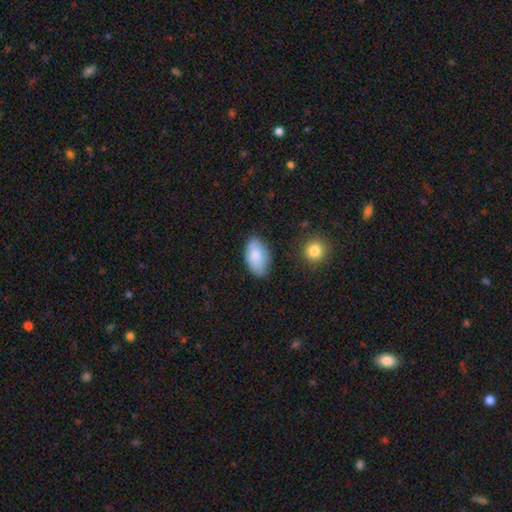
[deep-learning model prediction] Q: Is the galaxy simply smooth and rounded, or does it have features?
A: smooth — 80%.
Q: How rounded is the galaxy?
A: in between — 93%.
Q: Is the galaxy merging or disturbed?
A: none — 70%.